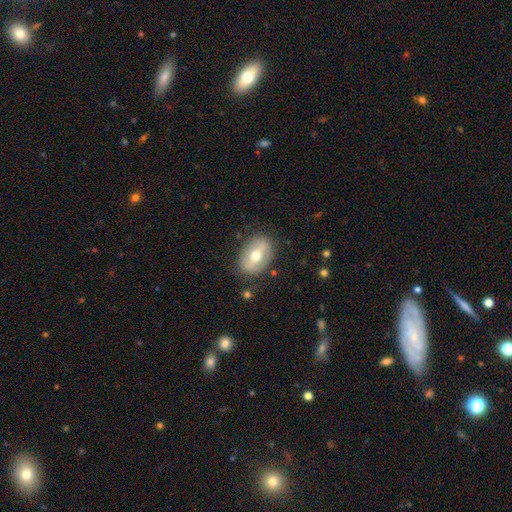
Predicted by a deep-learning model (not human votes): Q: Smooth or featured?
A: featured or disk (49%); runner-up: smooth (44%)
Q: Merging?
A: none (81%); runner-up: minor disturbance (13%)